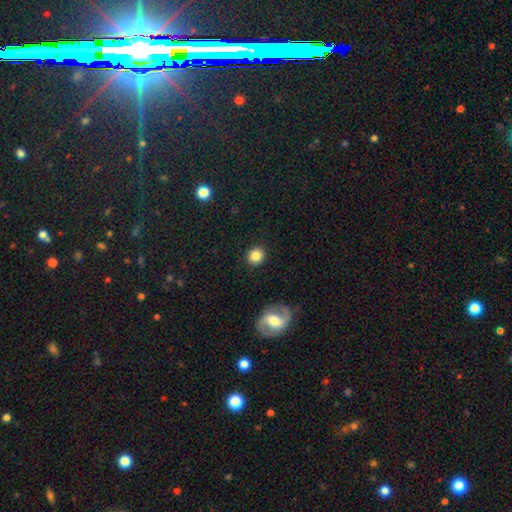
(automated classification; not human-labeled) smooth 83%, star or artifact 9%, featured or disk 8%. Down the decision tree: how rounded — round (84%); merging — none (89%).